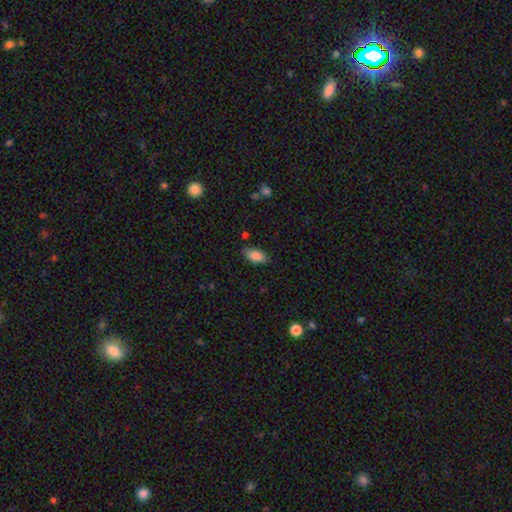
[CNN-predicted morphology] Overall: smooth (86%). How rounded: in between (91%). Merging: none (83%).